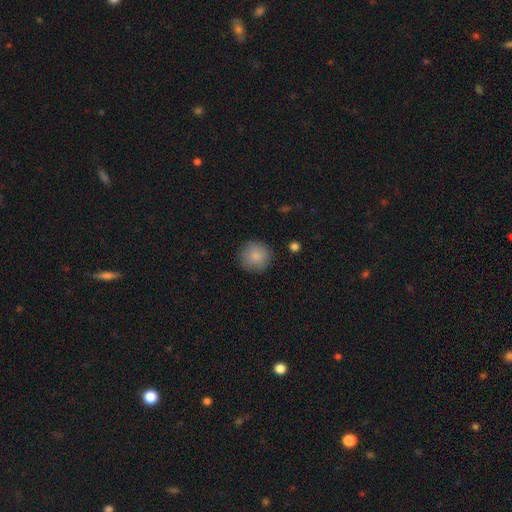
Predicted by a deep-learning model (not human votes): This appears to be a smooth galaxy with no disk features (86%) that is round (94%). Merging: none (86%).